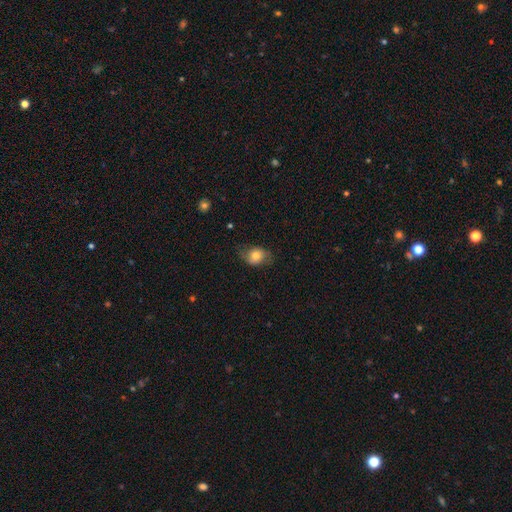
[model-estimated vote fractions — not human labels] Smooth or featured? Predicted: smooth (p=0.72). How rounded? Predicted: in between (p=0.55). Merging? Predicted: none (p=0.67).